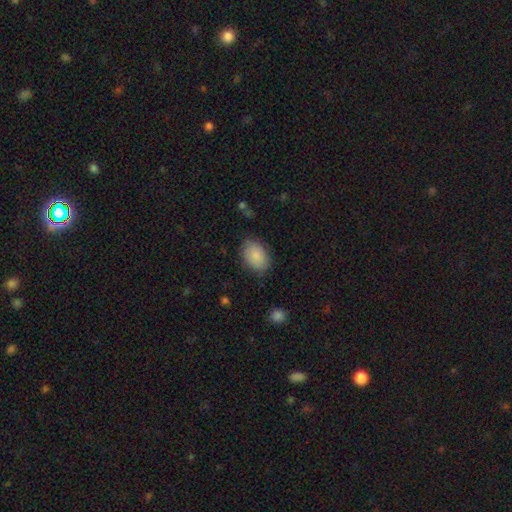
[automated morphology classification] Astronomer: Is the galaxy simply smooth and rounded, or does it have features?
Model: smooth — 87%.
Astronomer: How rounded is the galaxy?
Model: in between — 86%.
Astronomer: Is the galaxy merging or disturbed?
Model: none — 81%.